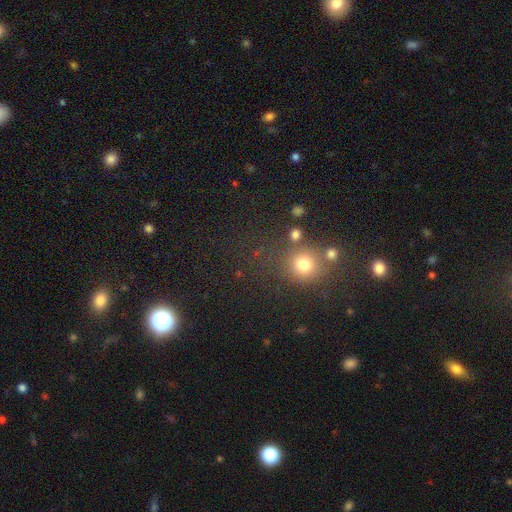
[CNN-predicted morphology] Smooth or featured? Predicted: smooth (p=0.49). Merging? Predicted: none (p=0.71).